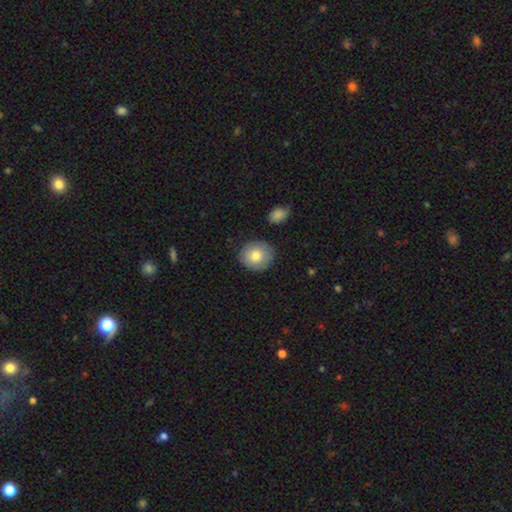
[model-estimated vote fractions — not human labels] Morphology: type=smooth (80%); roundness=round (85%); merging=none (85%).